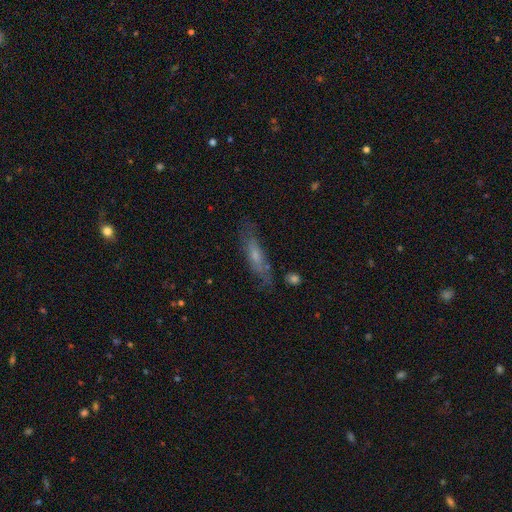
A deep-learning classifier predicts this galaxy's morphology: type=featured or disk (47%); merging=none (70%).